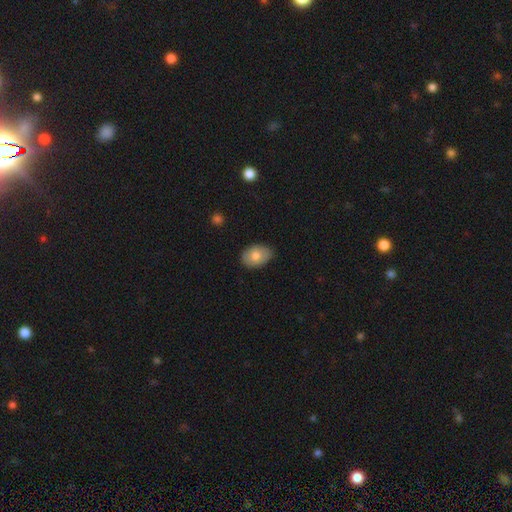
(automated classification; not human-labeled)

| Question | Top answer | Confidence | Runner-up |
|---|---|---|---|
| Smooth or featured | smooth | 75% | featured or disk (18%) |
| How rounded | in between | 80% | round (19%) |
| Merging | none | 80% | minor disturbance (16%) |